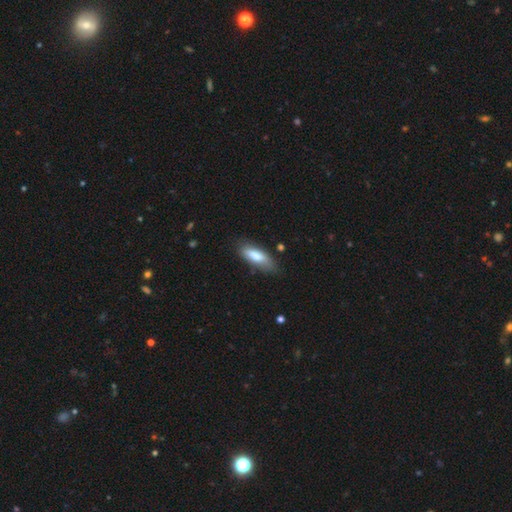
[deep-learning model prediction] Overall: smooth (79%). How rounded: in between (65%; cigar-shaped 33%). Merging: none (71%).